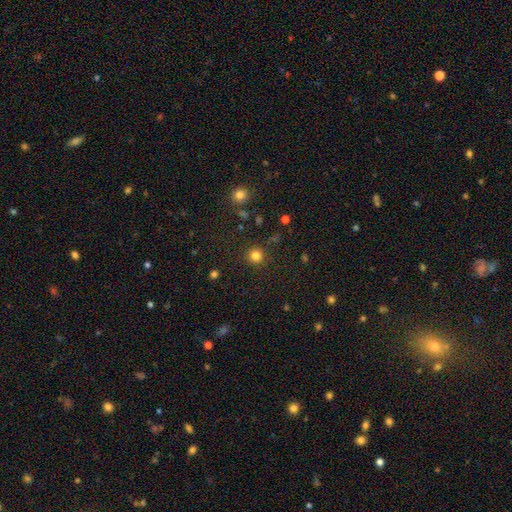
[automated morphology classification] Smooth or featured: smooth — 81% (star or artifact — 15%)
How rounded: round — 94% (in between — 5%)
Merging: none — 89% (minor disturbance — 6%)